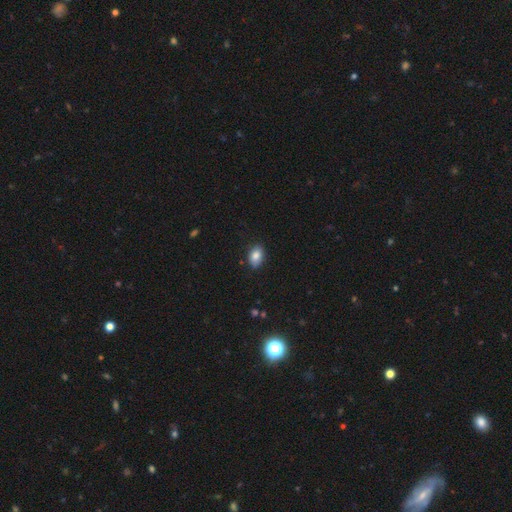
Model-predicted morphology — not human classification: Smooth or featured? smooth (85%)
How rounded? in between (86%)
Merging? none (84%)